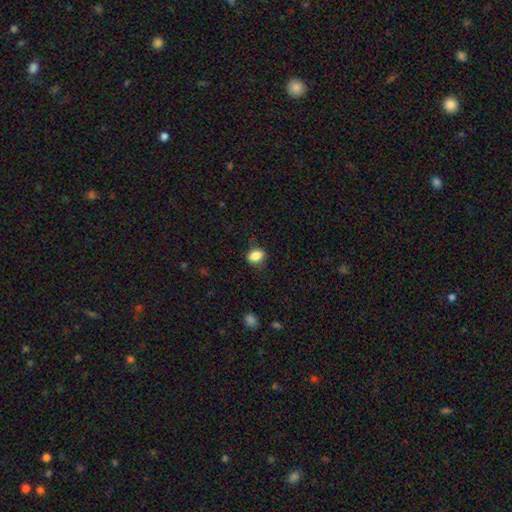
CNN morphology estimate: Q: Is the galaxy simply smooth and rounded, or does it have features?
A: smooth — 85%.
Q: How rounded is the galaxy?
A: in between — 71%.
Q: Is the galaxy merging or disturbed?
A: none — 79%.